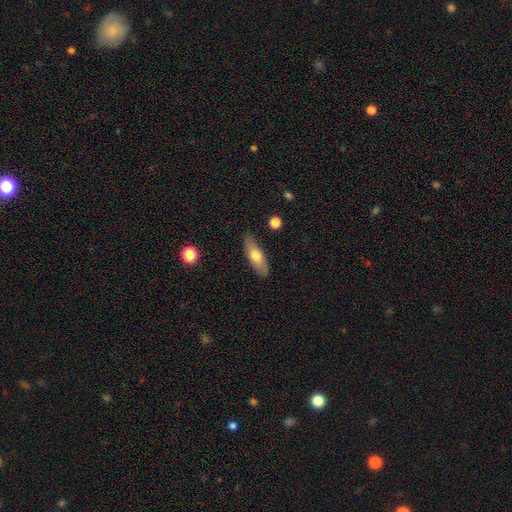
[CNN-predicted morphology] A smooth galaxy with no disk features (64%) that is in between round and cigar-shaped (59%).

Vote fractions:
- Smooth or featured? smooth: 64% / featured or disk: 30% / star or artifact: 6%
- How rounded? in between: 59% / cigar-shaped: 38% / round: 3%
- Merging? none: 85% / minor disturbance: 12% / major disturbance: 2% / merger: 1%